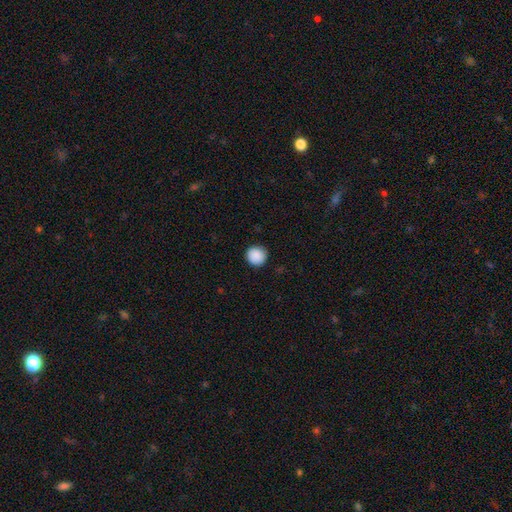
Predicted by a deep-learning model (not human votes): Overall: smooth (89%). How rounded: round (95%). Merging: none (90%).